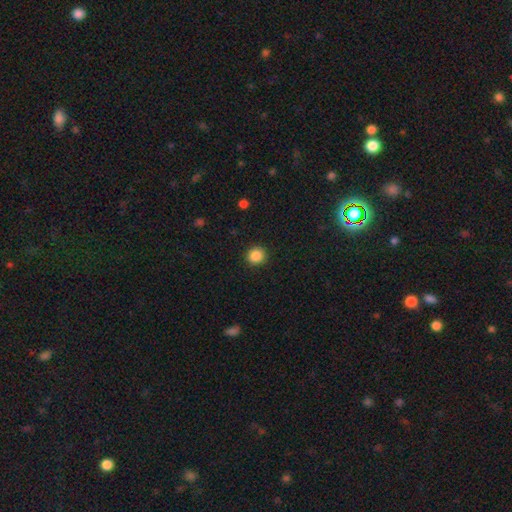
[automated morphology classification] Smooth or featured? smooth (87%)
How rounded? round (90%)
Merging? none (91%)